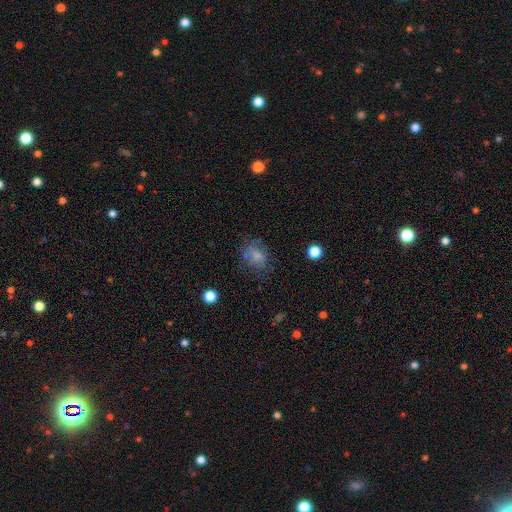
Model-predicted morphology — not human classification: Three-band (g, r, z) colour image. It shows a smooth galaxy with no disk features (67%) that is in between round and cigar-shaped (66%). Merging: none (58%).